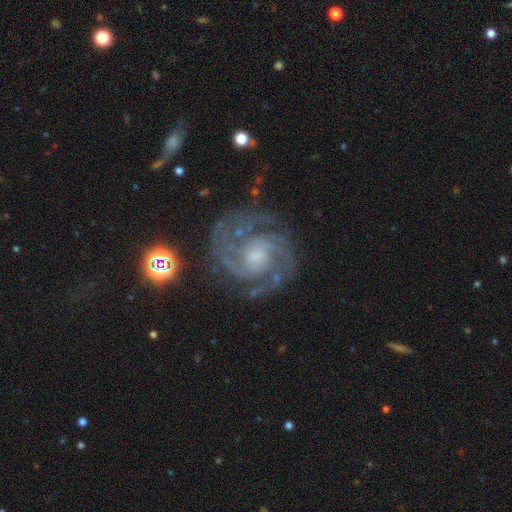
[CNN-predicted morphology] Overall: featured or disk (91%). Edge-on disk: no (98%). Bar: no (54%; weak 37%). Spiral arms: yes (98%). Spiral arm count: 2 (70%). Spiral winding: tight (47%; medium 46%). Bulge size: small (45%; moderate 36%). Merging: none (75%).